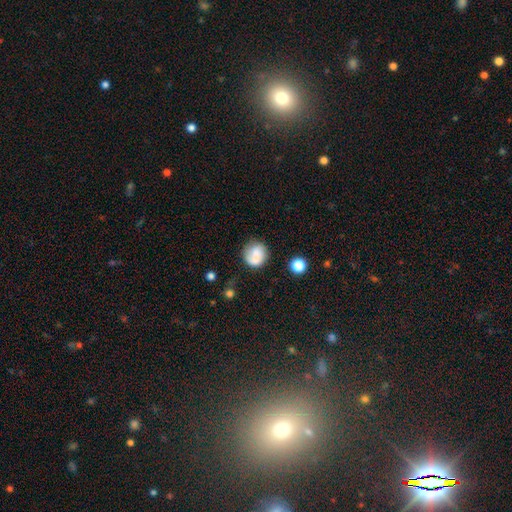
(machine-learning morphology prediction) Smooth or featured?
  - smooth: 65% *
  - featured or disk: 26%
  - star or artifact: 9%
How rounded?
  - round: 85% *
  - in between: 14%
  - cigar-shaped: 1%
Merging?
  - none: 67% *
  - minor disturbance: 19%
  - major disturbance: 9%
  - merger: 4%